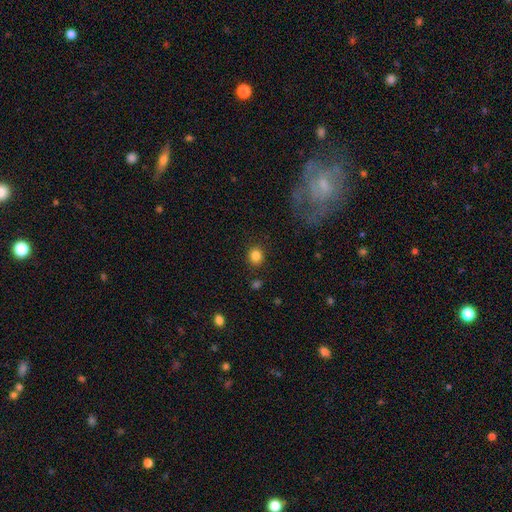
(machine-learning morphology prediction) Smooth or featured? smooth (84%)
How rounded? round (84%)
Merging? none (87%)